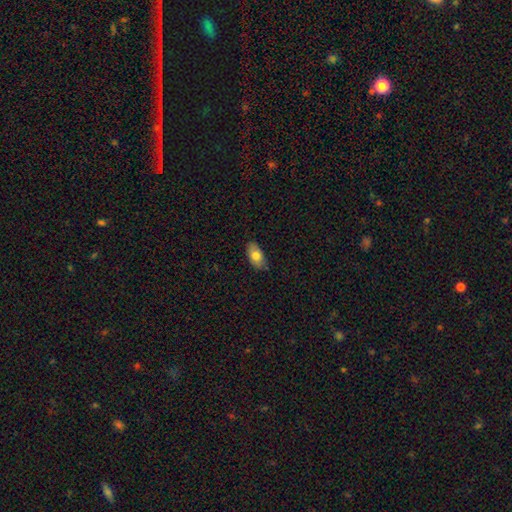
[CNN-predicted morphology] A smooth galaxy with no disk features (77%) that is in between round and cigar-shaped (92%). Merging: none (80%).